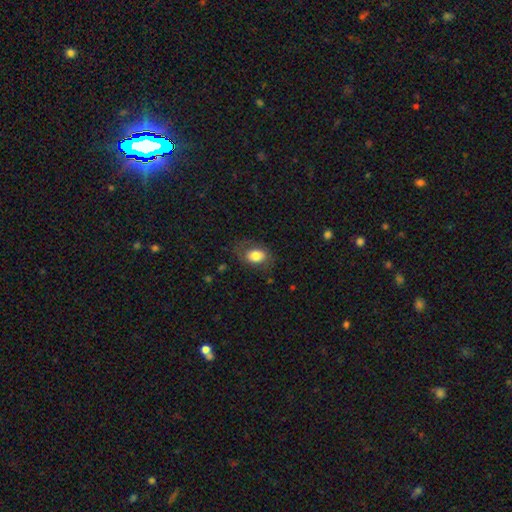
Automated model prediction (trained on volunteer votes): smooth_or_featured: smooth (p=0.75) [alt: featured or disk p=0.17]
how_rounded: in between (p=0.74) [alt: round p=0.25]
merging: none (p=0.67) [alt: minor disturbance p=0.20]